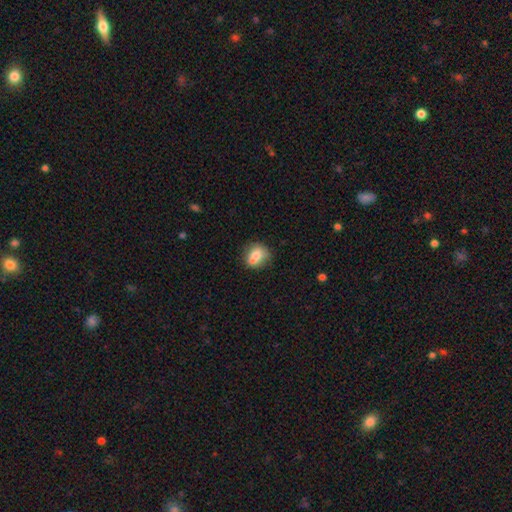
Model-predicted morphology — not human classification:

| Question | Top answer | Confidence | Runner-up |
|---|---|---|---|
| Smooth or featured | smooth | 72% | featured or disk (19%) |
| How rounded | round | 66% | in between (33%) |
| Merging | none | 48% | merger (31%) |